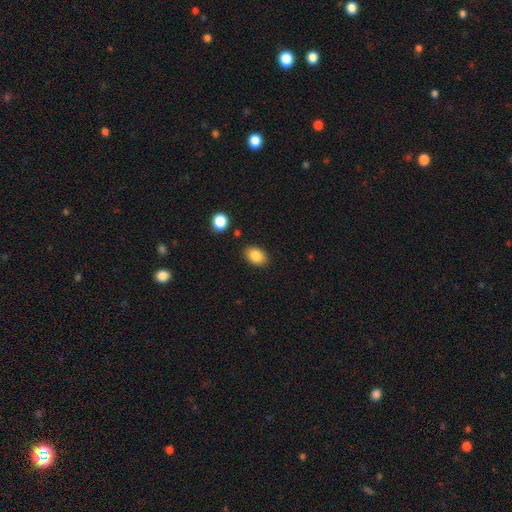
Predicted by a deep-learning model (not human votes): The model was most divided on "how rounded": in between: 83%, round: 16%, cigar-shaped: 1%. More confident: smooth or featured — smooth (85%); merging — none (85%).